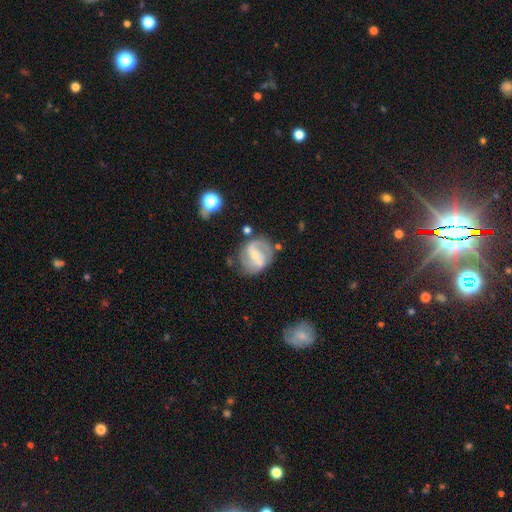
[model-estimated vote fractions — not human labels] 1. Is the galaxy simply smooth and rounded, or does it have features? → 78% featured or disk, 16% smooth, 6% star or artifact.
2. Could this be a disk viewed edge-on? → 97% no, 3% yes.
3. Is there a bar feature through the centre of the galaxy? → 44% weak, 38% strong, 19% no.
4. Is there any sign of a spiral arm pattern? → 88% yes, 12% no.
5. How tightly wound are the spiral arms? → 48% medium, 27% tight, 25% loose.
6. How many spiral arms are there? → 79% 2, 10% can't tell, 5% 1, 4% 3, 1% 4, 1% more than 4.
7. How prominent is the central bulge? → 59% small, 34% moderate, 4% none, 2% large, 1% dominant.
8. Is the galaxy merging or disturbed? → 64% none, 20% minor disturbance, 10% major disturbance, 6% merger.